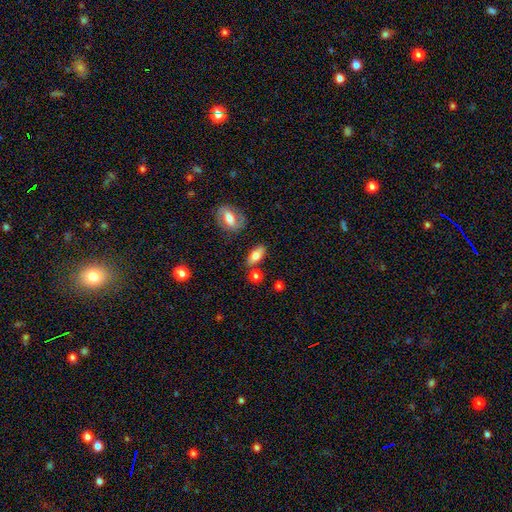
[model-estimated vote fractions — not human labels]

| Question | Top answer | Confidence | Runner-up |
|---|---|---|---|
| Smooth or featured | smooth | 75% | featured or disk (18%) |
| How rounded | in between | 79% | cigar-shaped (15%) |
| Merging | none | 75% | minor disturbance (13%) |